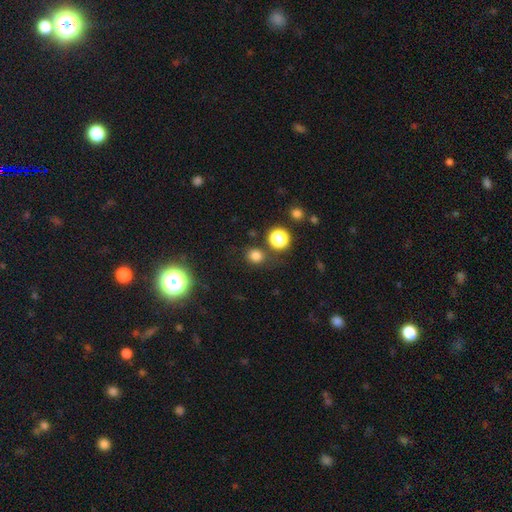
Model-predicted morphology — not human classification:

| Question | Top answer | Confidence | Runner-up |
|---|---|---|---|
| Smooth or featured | smooth | 77% | star or artifact (18%) |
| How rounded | round | 78% | in between (21%) |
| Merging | none | 79% | minor disturbance (11%) |